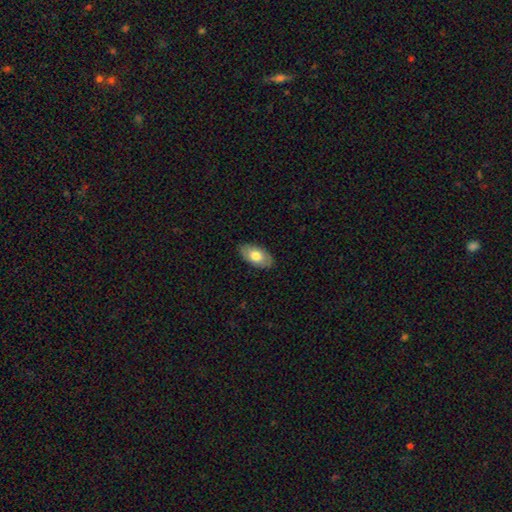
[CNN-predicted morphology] smooth-or-featured: smooth: 71% | featured or disk: 23% | star or artifact: 6%
  how-rounded: in between: 95% | round: 3% | cigar-shaped: 2%
  merging: none: 86% | minor disturbance: 11% | major disturbance: 2% | merger: 1%